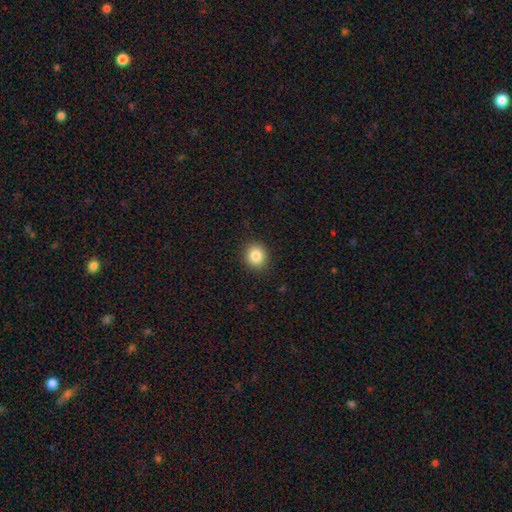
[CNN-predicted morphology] A smooth galaxy with no disk features (85%) that is round (82%). Merging: none (90%).